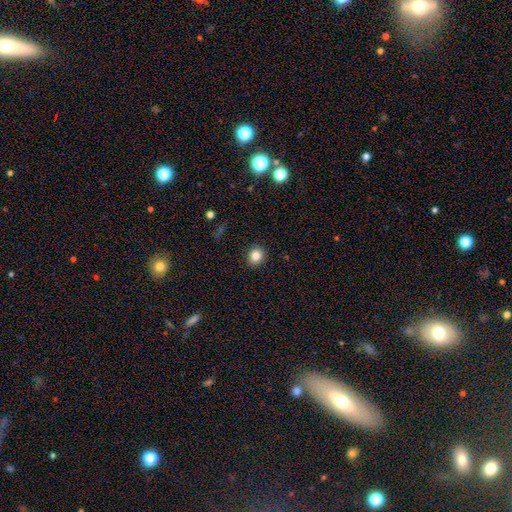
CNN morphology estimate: Overall: smooth (84%). How rounded: round (75%). Merging: none (91%).